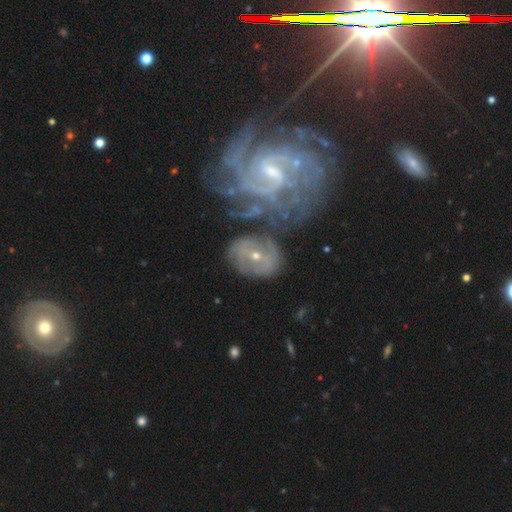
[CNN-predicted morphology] This appears to be a featured or disk galaxy (77%) with a weak bar (44%), tight (57%) spiral arms (84%) and a small central bulge (56%). Merging: none (47%).